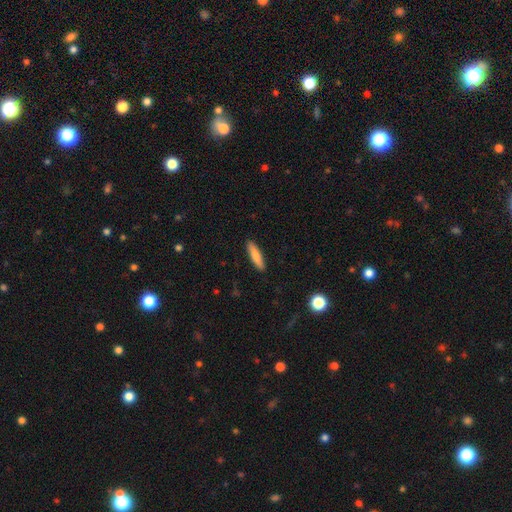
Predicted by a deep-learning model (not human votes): This appears to be a smooth galaxy with no disk features (82%) that is cigar-shaped (80%). Merging: none (90%).